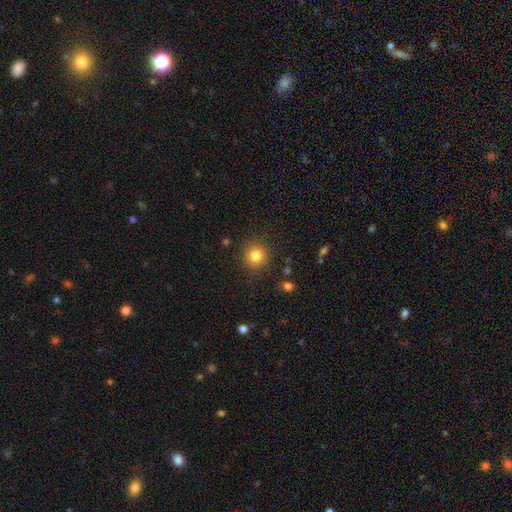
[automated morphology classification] A smooth galaxy with no disk features (82%) that is round (93%). Merging: none (89%).